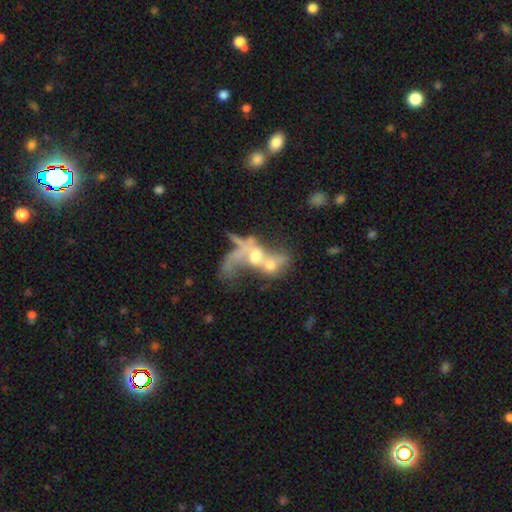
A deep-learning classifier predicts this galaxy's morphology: Smooth or featured?
  - featured or disk: 56% *
  - smooth: 30%
  - star or artifact: 14%
Edge-on disk?
  - no: 92% *
  - yes: 8%
Bar?
  - no: 77% *
  - weak: 17%
  - strong: 6%
Spiral arms?
  - no: 65% *
  - yes: 35%
Bulge size?
  - moderate: 47% *
  - small: 25%
  - none: 15%
  - large: 10%
  - dominant: 3%
Merging?
  - merger: 66% *
  - major disturbance: 18%
  - none: 10%
  - minor disturbance: 5%